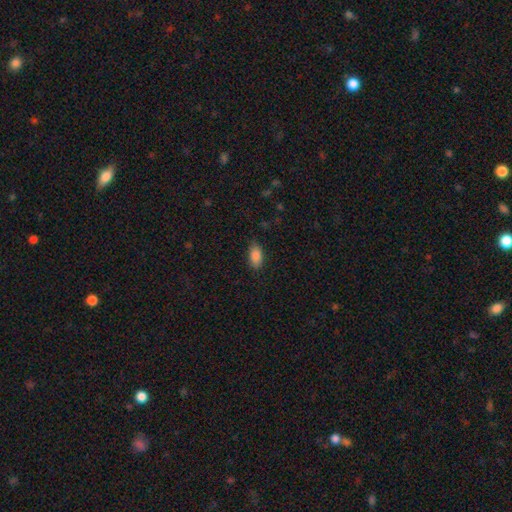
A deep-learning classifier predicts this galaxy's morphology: Overall: smooth (87%). How rounded: in between (91%). Merging: none (81%).